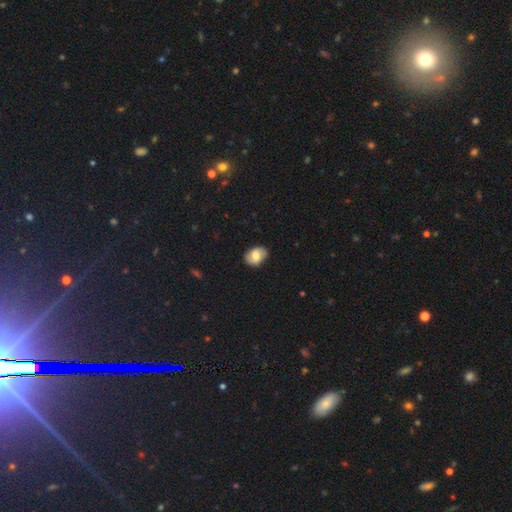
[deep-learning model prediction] Morphology: type=smooth (66%); roundness=in between (72%); merging=none (82%).